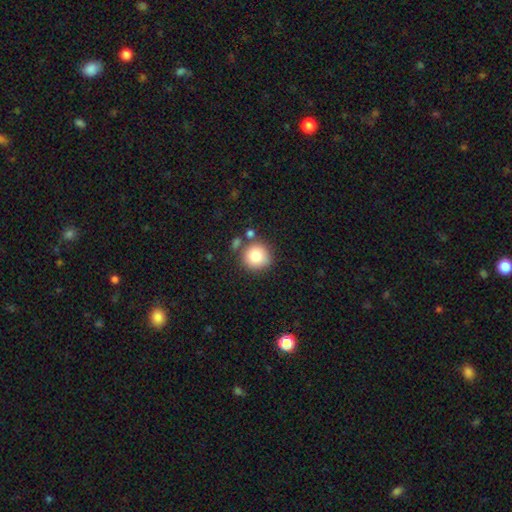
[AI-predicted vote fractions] Smooth or featured?
  - smooth: 82% *
  - star or artifact: 9%
  - featured or disk: 8%
How rounded?
  - round: 92% *
  - in between: 7%
  - cigar-shaped: 1%
Merging?
  - none: 75% *
  - minor disturbance: 11%
  - merger: 11%
  - major disturbance: 3%